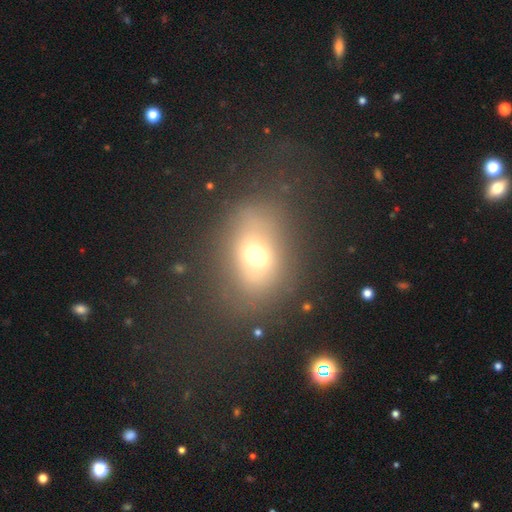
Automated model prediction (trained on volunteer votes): This appears to be a smooth galaxy with no disk features (62%) that is in between round and cigar-shaped (65%). Merging: none (67%).